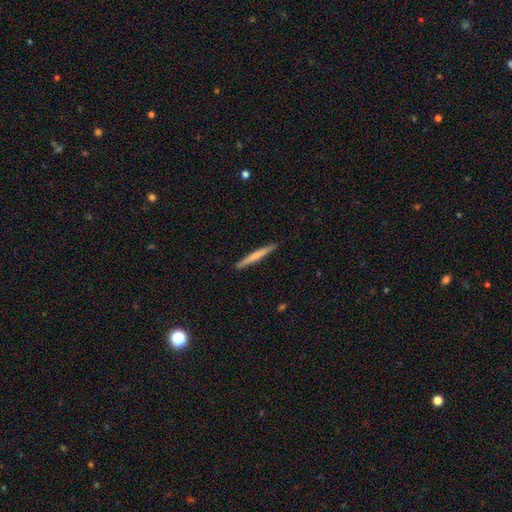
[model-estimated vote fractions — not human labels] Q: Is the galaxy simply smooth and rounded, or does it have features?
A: smooth — 62%.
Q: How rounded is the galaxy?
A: cigar-shaped — 97%.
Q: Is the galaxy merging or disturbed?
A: none — 91%.